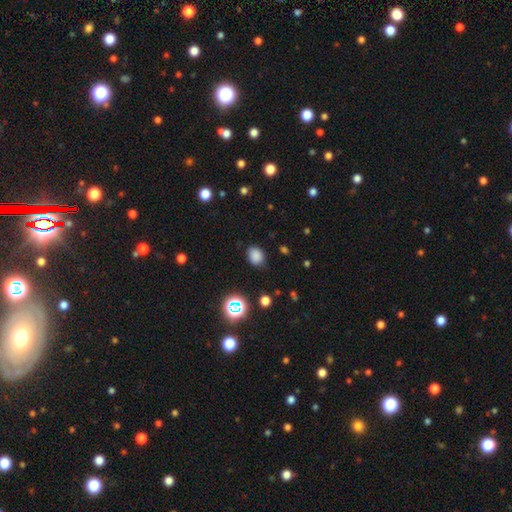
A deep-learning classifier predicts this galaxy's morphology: type=smooth (80%); roundness=in between (54%); merging=none (81%).